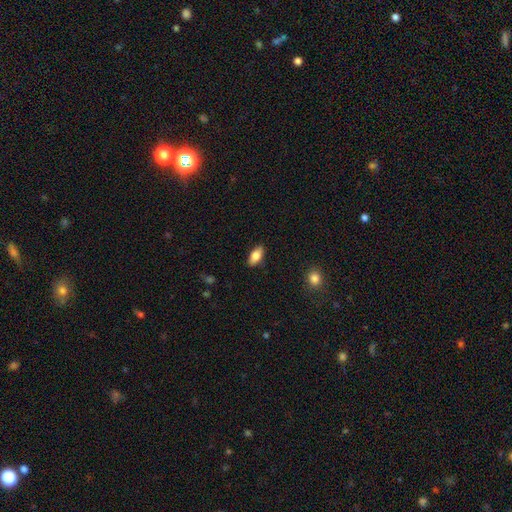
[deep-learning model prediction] smooth_or_featured: smooth (p=0.78) [alt: featured or disk p=0.15]
how_rounded: in between (p=0.87) [alt: cigar-shaped p=0.10]
merging: none (p=0.87) [alt: minor disturbance p=0.10]